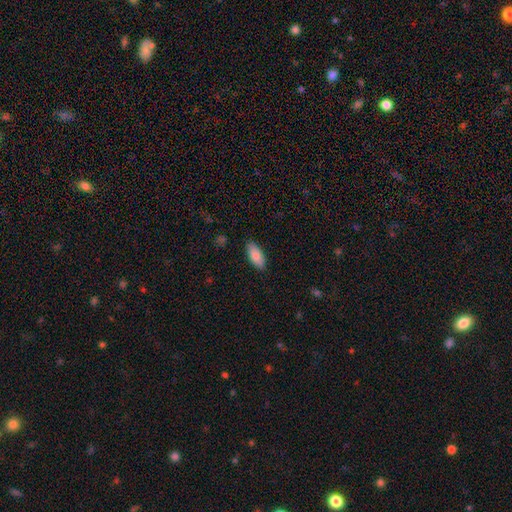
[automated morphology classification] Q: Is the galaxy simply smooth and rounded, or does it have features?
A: smooth — 85%.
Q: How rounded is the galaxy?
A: in between — 85%.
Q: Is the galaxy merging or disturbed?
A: none — 87%.